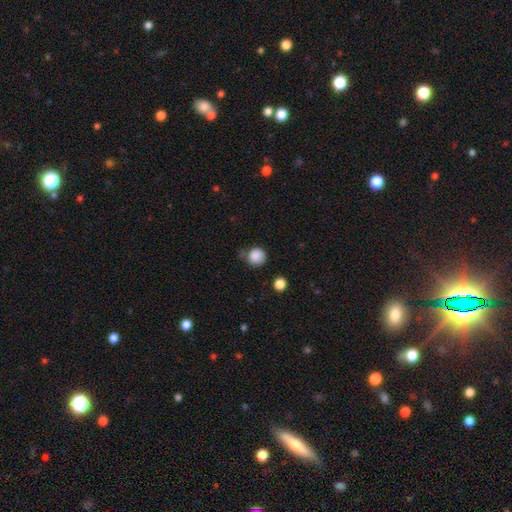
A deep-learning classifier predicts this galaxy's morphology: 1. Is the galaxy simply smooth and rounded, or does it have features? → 87% smooth, 9% star or artifact, 4% featured or disk.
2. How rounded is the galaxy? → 92% round, 7% in between, 1% cigar-shaped.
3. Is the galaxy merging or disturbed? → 69% none, 19% minor disturbance, 6% major disturbance, 6% merger.